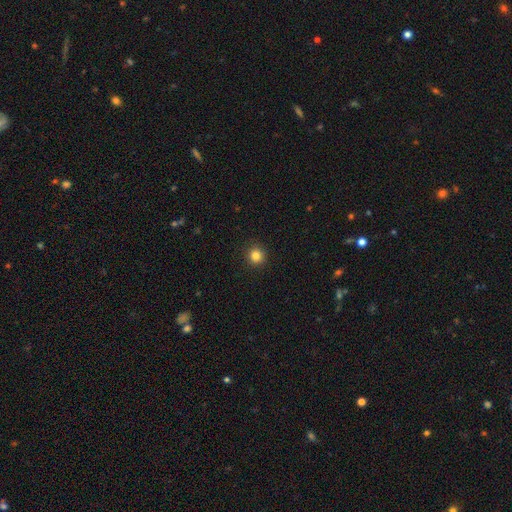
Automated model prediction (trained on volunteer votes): Morphology: type=smooth (83%); roundness=round (94%); merging=none (92%).